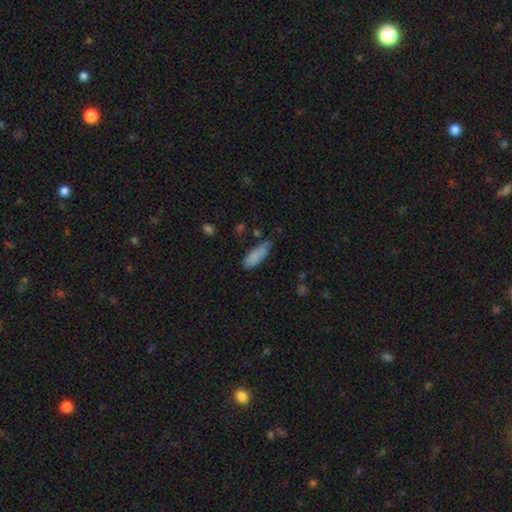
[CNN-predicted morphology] smooth 83%, featured or disk 9%, star or artifact 7%. Down the decision tree: how rounded — in between (63%); merging — none (55%).